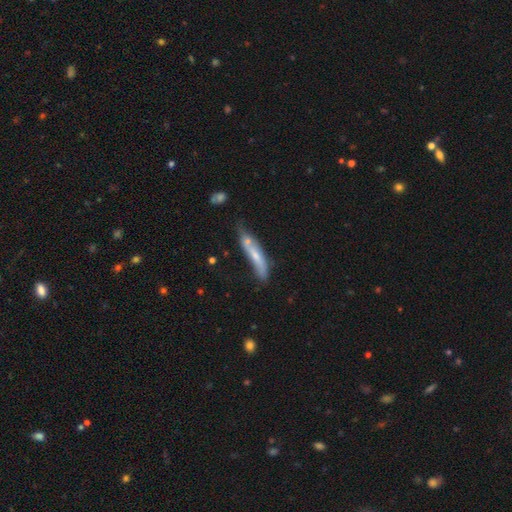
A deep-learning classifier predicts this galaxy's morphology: This appears to be a smooth galaxy with no disk features (52%) that is cigar-shaped (80%). Merging: none (42%).